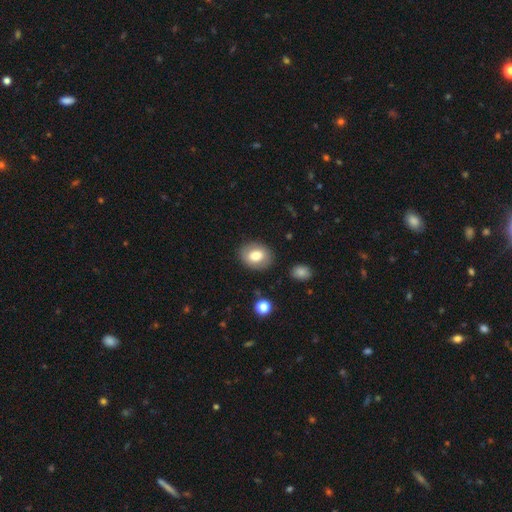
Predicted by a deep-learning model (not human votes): Overall: smooth (75%). How rounded: in between (58%; round 41%). Merging: none (85%).